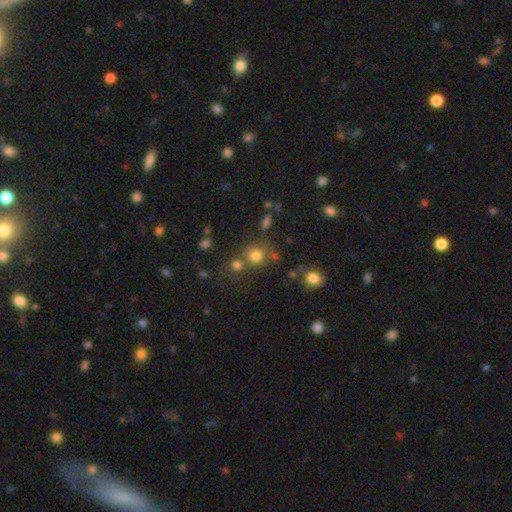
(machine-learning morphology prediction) A smooth galaxy with no disk features (76%) that is round (86%). Merging: none (61%).